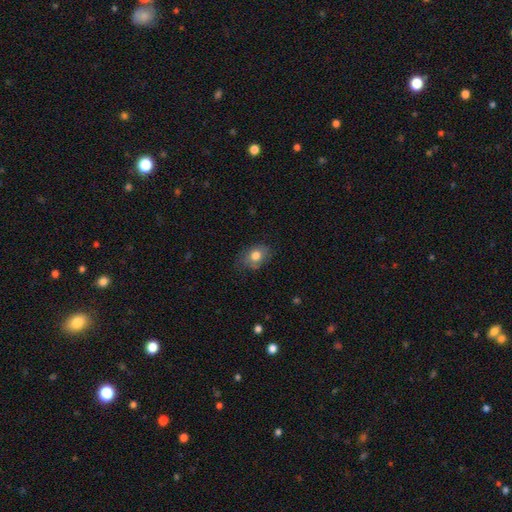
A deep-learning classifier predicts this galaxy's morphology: type=smooth (76%); roundness=in between (70%); merging=none (68%).